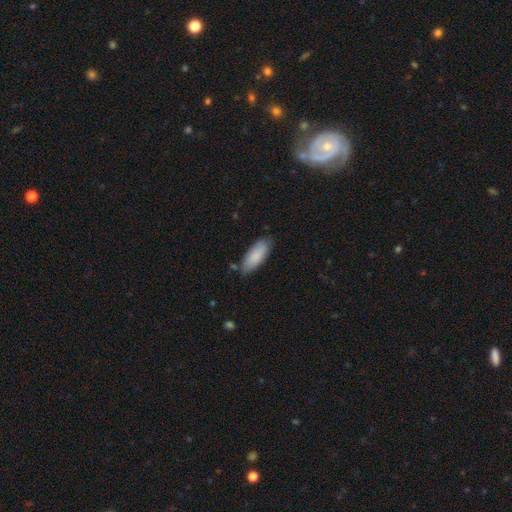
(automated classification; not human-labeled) smooth_or_featured: smooth (p=0.87) [alt: featured or disk p=0.08]
how_rounded: in between (p=0.74) [alt: cigar-shaped p=0.25]
merging: none (p=0.78) [alt: minor disturbance p=0.17]